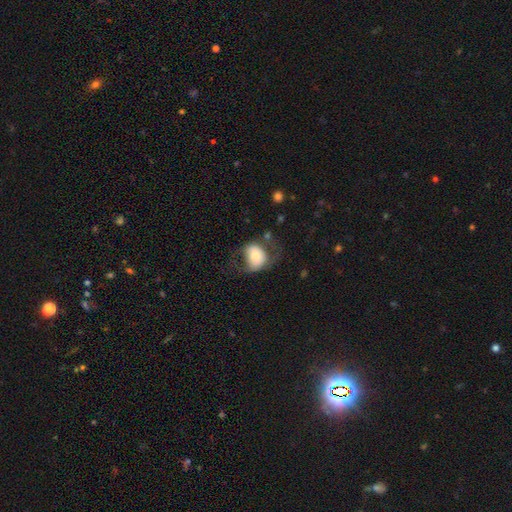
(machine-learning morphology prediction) The model was most divided on "how rounded": in between: 53%, round: 46%, cigar-shaped: 1%. Remaining: smooth or featured — smooth (58%); merging — none (40%).